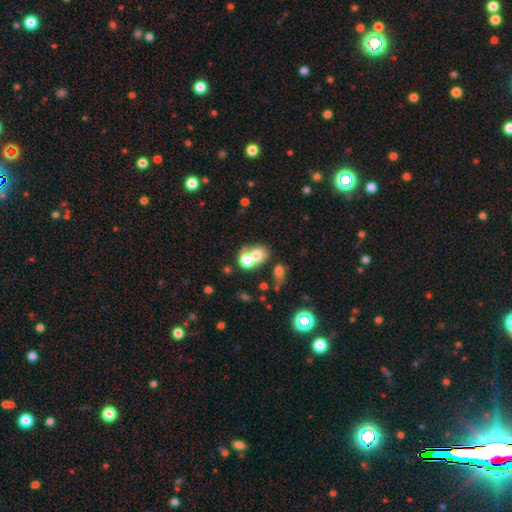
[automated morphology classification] smooth_or_featured: smooth (p=0.68) [alt: featured or disk p=0.21]
how_rounded: round (p=0.55) [alt: in between p=0.44]
merging: merger (p=0.69) [alt: none p=0.20]